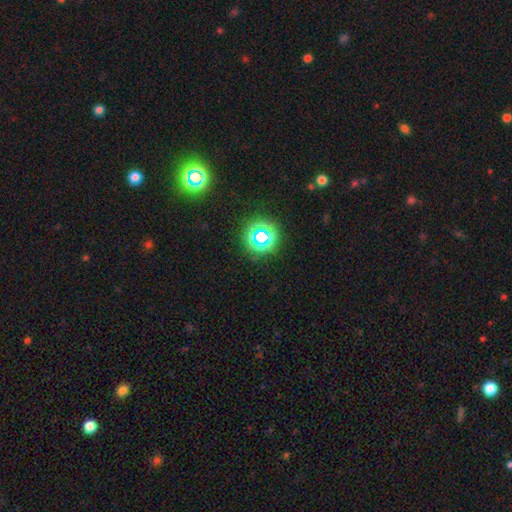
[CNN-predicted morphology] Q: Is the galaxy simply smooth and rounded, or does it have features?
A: star or artifact — 59%.